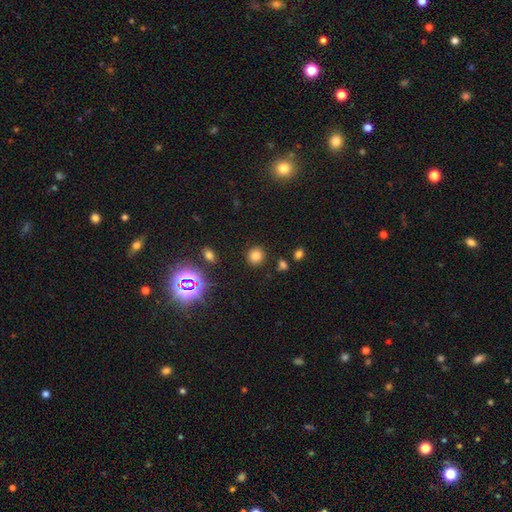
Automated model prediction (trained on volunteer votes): This is likely a smooth galaxy (78%). How rounded: clearly round (88%). Merging: clearly none (87%).